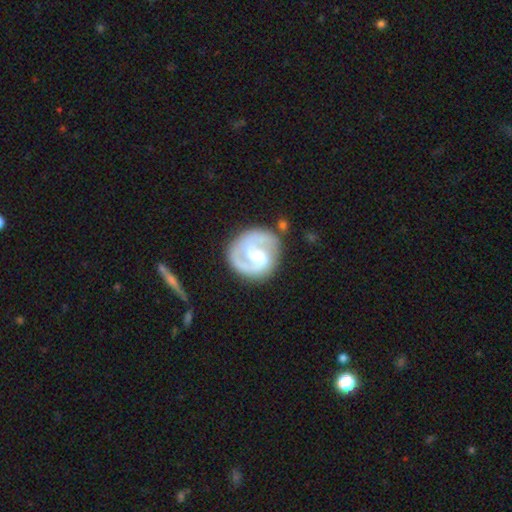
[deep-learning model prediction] Smooth or featured: featured or disk — 86% (smooth — 10%)
Edge-on disk: no — 98% (yes — 2%)
Bar: weak — 50% (no — 36%)
Spiral arms: yes — 97% (no — 3%)
Spiral winding: medium — 47% (tight — 41%)
Spiral arm count: 2 — 79% (1 — 8%)
Bulge size: moderate — 43% (small — 40%)
Merging: none — 75% (minor disturbance — 15%)